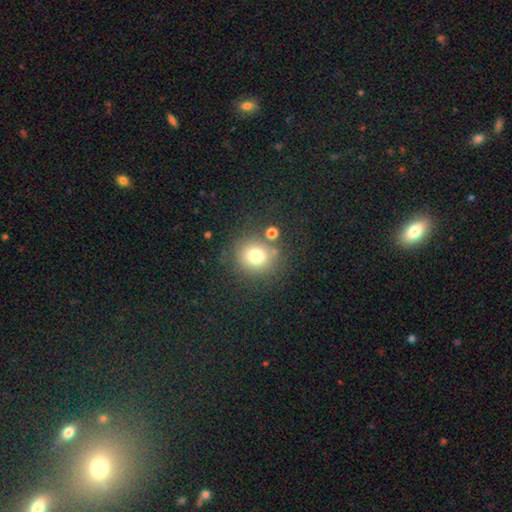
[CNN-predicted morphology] A smooth galaxy with no disk features (75%) that is round (87%). Merging: none (78%).